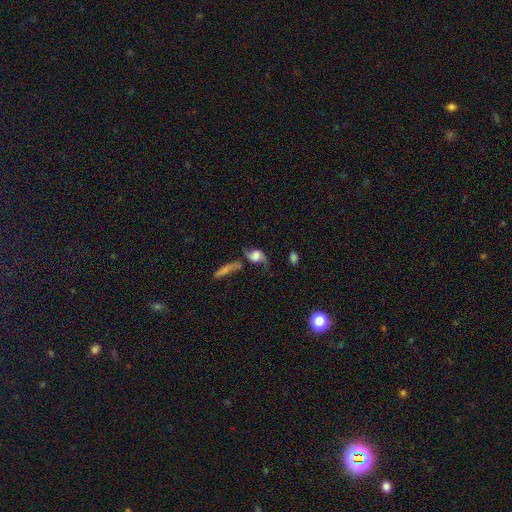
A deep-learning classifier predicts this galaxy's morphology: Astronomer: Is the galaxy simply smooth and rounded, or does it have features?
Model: featured or disk — 63%.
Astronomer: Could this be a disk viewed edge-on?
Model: no — 89%.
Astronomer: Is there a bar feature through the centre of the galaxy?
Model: no — 65%.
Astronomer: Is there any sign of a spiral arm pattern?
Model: yes — 86%.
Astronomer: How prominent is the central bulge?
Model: large — 44% (runner-up: moderate, 24%).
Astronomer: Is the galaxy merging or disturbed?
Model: none — 40% (runner-up: major disturbance, 21%).